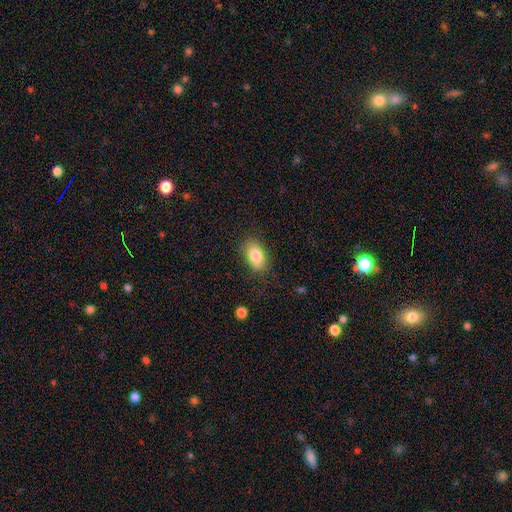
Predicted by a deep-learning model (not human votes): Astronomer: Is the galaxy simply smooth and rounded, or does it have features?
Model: smooth — 83%.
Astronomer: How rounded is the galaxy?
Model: in between — 90%.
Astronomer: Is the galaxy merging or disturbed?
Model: none — 82%.